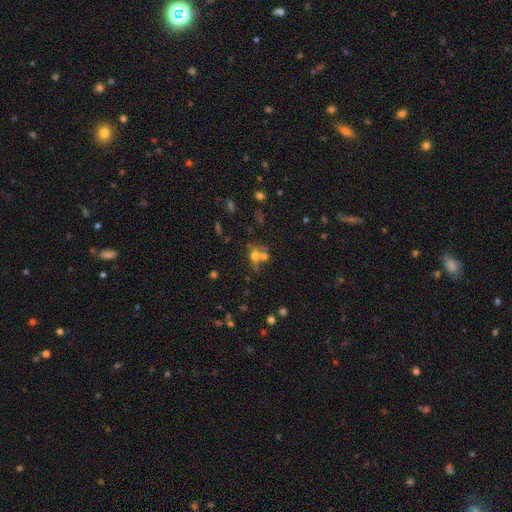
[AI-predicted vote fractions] Overall: smooth (61%). How rounded: round (60%; in between 38%). Merging: merger (48%; none 35%).